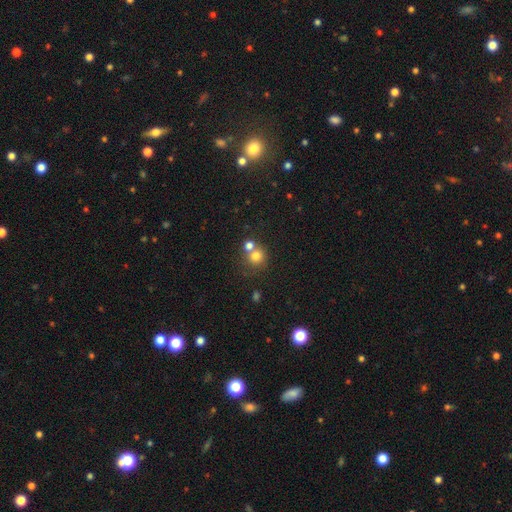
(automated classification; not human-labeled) Smooth or featured?
  - smooth: 76% *
  - star or artifact: 13%
  - featured or disk: 11%
How rounded?
  - round: 85% *
  - in between: 14%
  - cigar-shaped: 1%
Merging?
  - none: 47% *
  - merger: 42%
  - minor disturbance: 8%
  - major disturbance: 4%